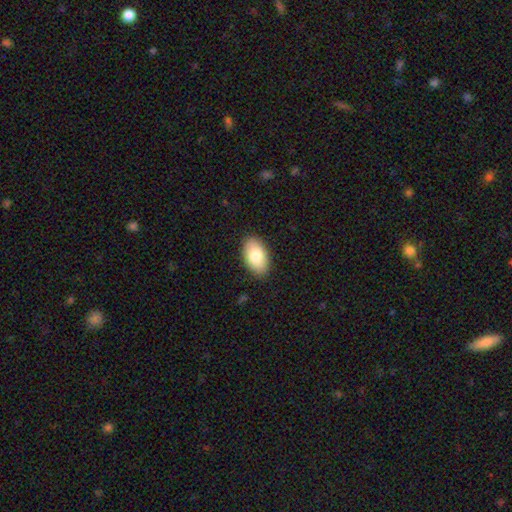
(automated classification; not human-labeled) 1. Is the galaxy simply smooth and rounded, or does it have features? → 83% smooth, 11% featured or disk, 6% star or artifact.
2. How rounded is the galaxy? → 95% in between, 4% round, 1% cigar-shaped.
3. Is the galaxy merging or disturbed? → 87% none, 10% minor disturbance, 2% major disturbance, 1% merger.